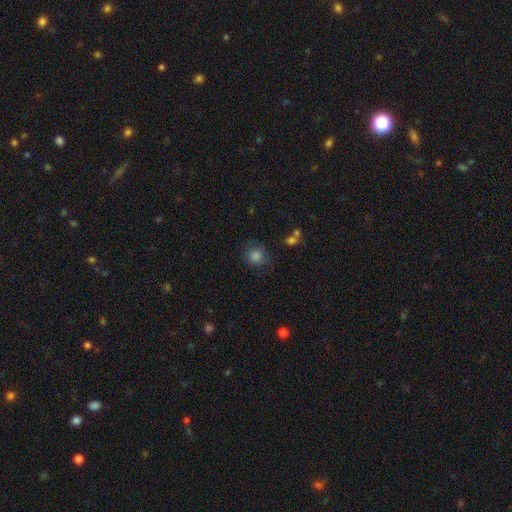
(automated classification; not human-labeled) smooth_or_featured: smooth (p=0.83) [alt: star or artifact p=0.12]
how_rounded: round (p=0.86) [alt: in between p=0.13]
merging: none (p=0.78) [alt: minor disturbance p=0.14]